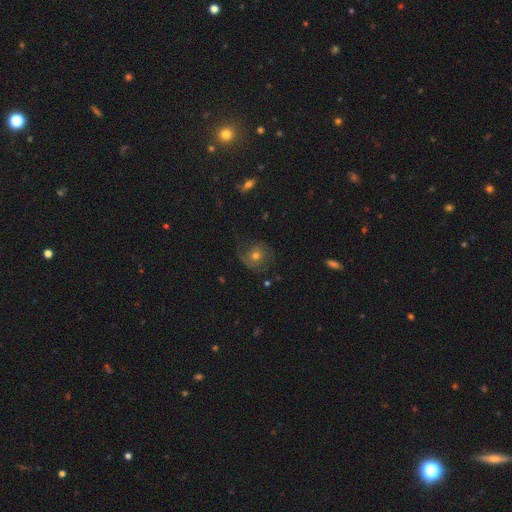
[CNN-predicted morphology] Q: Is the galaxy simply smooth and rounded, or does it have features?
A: featured or disk — 54%.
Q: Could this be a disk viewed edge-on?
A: no — 96%.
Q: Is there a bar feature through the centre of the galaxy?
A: no — 81%.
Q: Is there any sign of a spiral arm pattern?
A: yes — 80%.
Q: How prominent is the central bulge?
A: moderate — 67%.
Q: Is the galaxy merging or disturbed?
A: none — 61%.